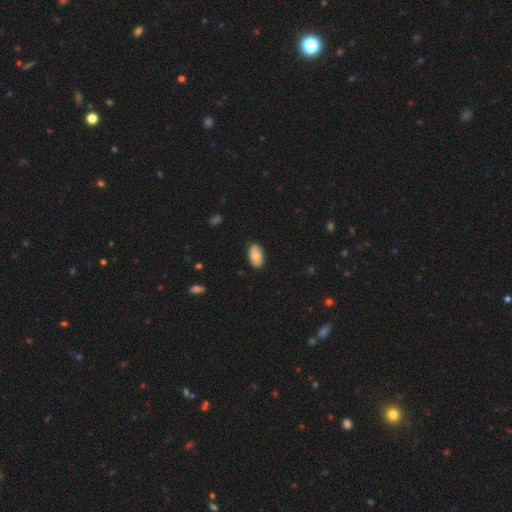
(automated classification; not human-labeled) Smooth or featured?
  - smooth: 80% *
  - featured or disk: 13%
  - star or artifact: 6%
How rounded?
  - in between: 94% *
  - round: 4%
  - cigar-shaped: 2%
Merging?
  - none: 86% *
  - minor disturbance: 11%
  - major disturbance: 2%
  - merger: 1%